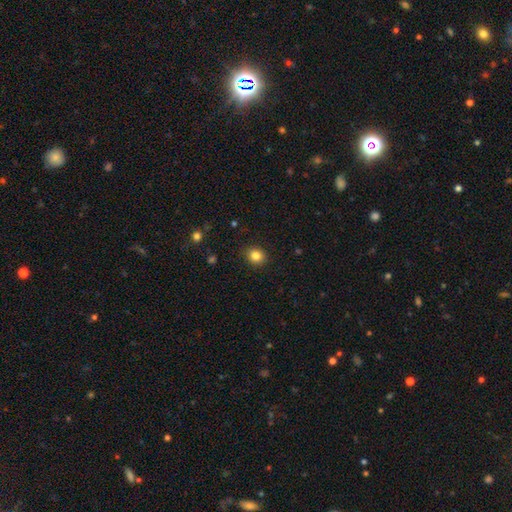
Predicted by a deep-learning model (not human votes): Smooth or featured: smooth — 84% (star or artifact — 11%)
How rounded: round — 71% (in between — 28%)
Merging: none — 89% (minor disturbance — 8%)